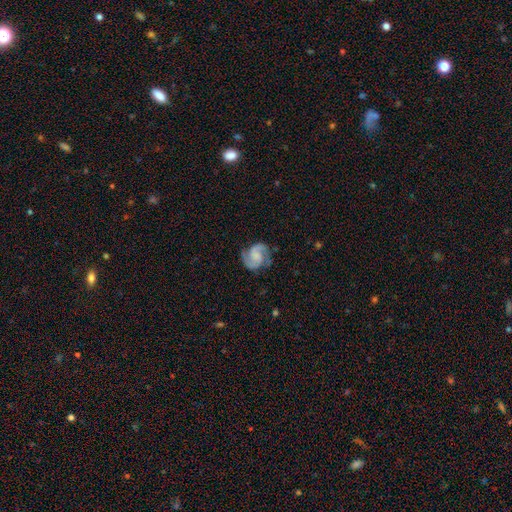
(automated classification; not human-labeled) A featured or disk galaxy (86%) with no bar (56%), 2 (92%) medium (52%) spiral arms (98%) and no central bulge (47%).

Vote fractions:
- Smooth or featured? featured or disk: 86% / smooth: 8% / star or artifact: 5%
- Edge-on disk? no: 98% / yes: 2%
- Bar? no: 56% / weak: 35% / strong: 9%
- Spiral arms? yes: 98% / no: 2%
- Spiral winding? medium: 52% / tight: 30% / loose: 17%
- Spiral arm count? 2: 92% / 3: 2% / can't tell: 2% / 1: 1% / 4: 1% / more than 4: 1%
- Bulge size? none: 47% / small: 28% / moderate: 18% / large: 6% / dominant: 1%
- Merging? none: 77% / minor disturbance: 16% / major disturbance: 6% / merger: 1%